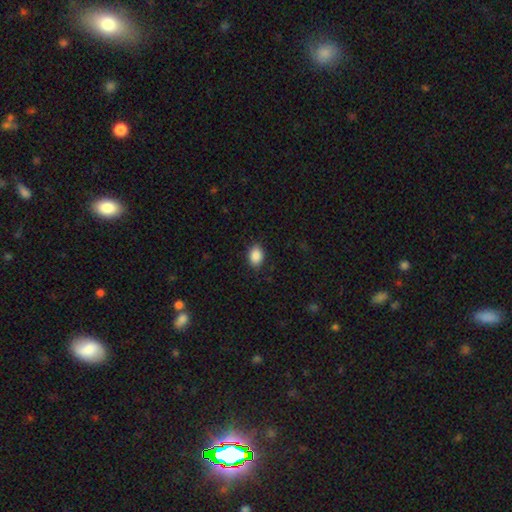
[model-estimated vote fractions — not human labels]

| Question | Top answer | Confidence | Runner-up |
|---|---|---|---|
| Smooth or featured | smooth | 89% | star or artifact (8%) |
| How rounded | in between | 78% | round (21%) |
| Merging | none | 88% | minor disturbance (9%) |